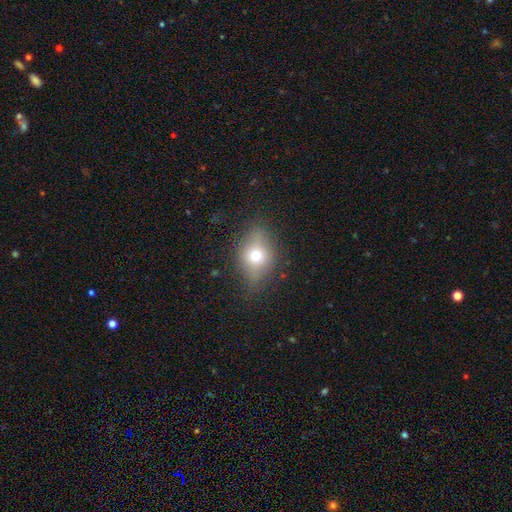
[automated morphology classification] The model was most divided on "how rounded": in between: 55%, round: 42%, cigar-shaped: 2%. More confident: merging — none (69%); smooth or featured — smooth (65%).